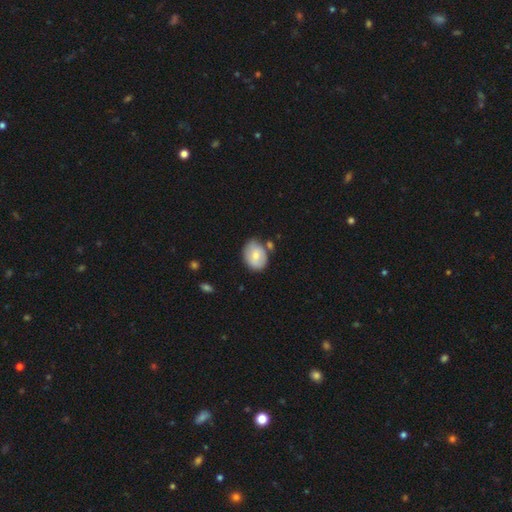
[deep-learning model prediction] Q: Smooth or featured?
A: smooth (70%); runner-up: featured or disk (23%)
Q: How rounded?
A: in between (61%); runner-up: round (38%)
Q: Merging?
A: none (63%); runner-up: minor disturbance (22%)